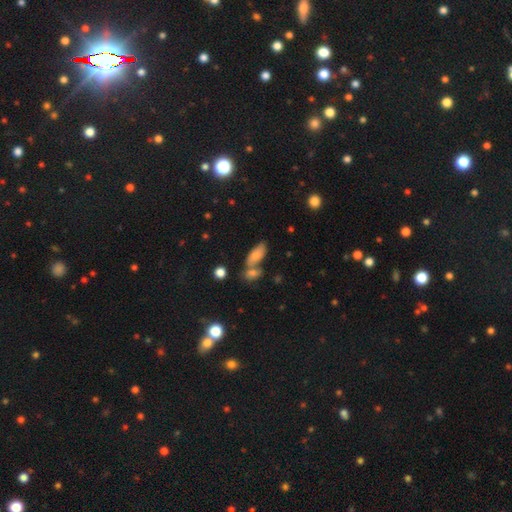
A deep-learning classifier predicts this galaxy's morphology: smooth-or-featured: smooth: 75% | featured or disk: 16% | star or artifact: 8%
  how-rounded: in between: 83% | cigar-shaped: 14% | round: 4%
  merging: none: 47% | merger: 36% | minor disturbance: 12% | major disturbance: 5%